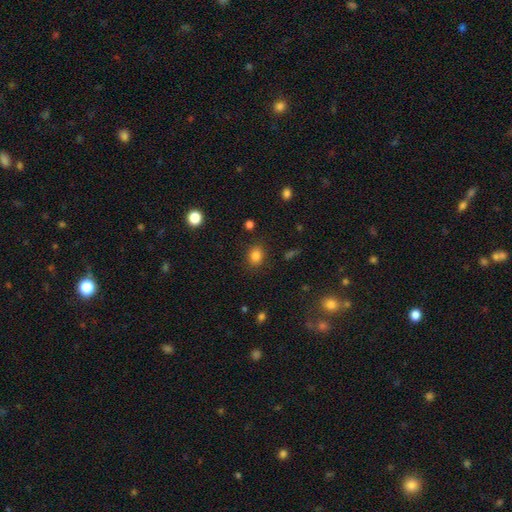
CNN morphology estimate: smooth 83%, star or artifact 12%, featured or disk 5%. Down the decision tree: how rounded — round (54%); merging — none (85%).